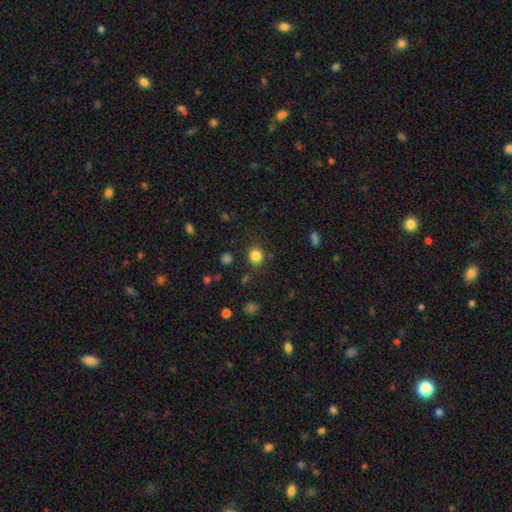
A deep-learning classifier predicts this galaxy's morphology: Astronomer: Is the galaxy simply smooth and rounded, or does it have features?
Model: smooth — 83%.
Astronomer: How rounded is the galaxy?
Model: round — 87%.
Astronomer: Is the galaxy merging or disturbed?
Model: none — 85%.